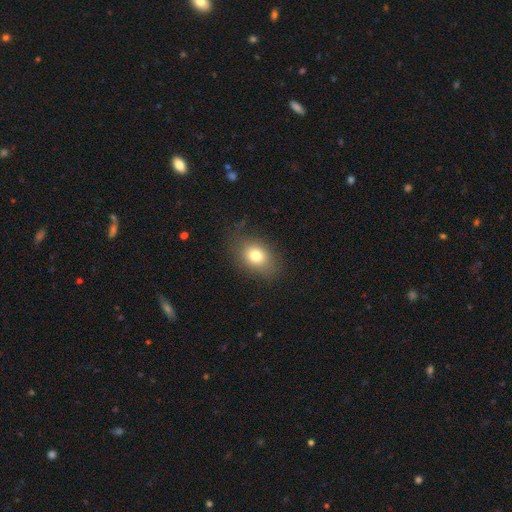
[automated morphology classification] This appears to be a smooth galaxy with no disk features (77%) that is in between round and cigar-shaped (68%). Merging: none (78%).